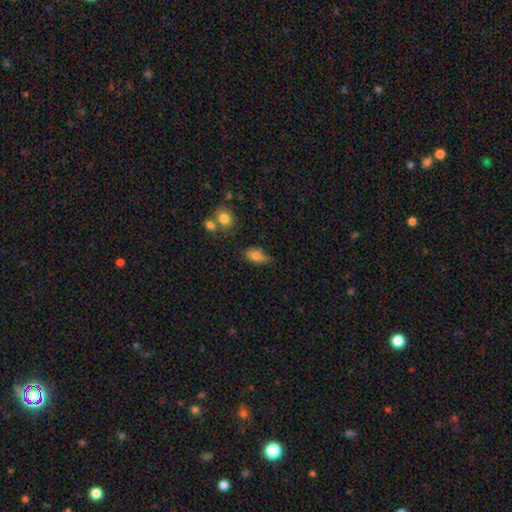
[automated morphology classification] The model was most divided on "merging": none: 45%, minor disturbance: 37%, major disturbance: 12%, merger: 6%. More confident: how rounded — in between (83%); smooth or featured — smooth (79%).